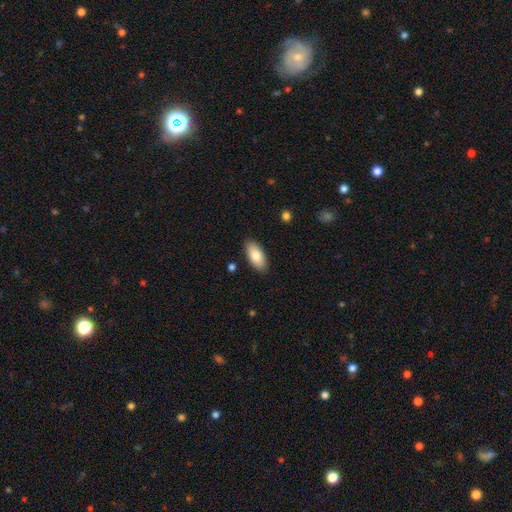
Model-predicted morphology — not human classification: Smooth or featured? Predicted: smooth (p=0.82). How rounded? Predicted: in between (p=0.90). Merging? Predicted: none (p=0.88).